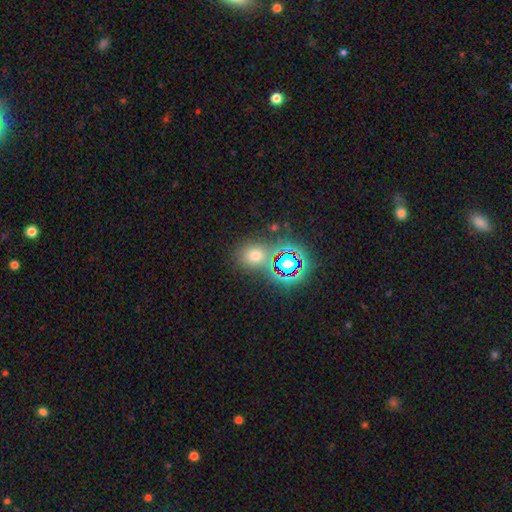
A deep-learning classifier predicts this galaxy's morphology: This appears to be a smooth galaxy with no disk features (57%) that is round (70%). Merging: none (74%).